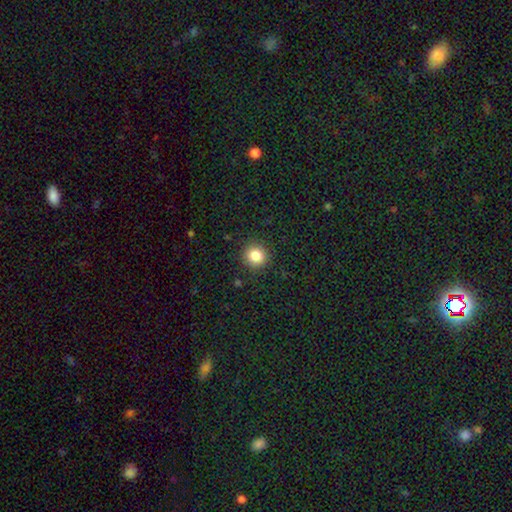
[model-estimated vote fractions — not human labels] Overall: smooth (84%). How rounded: round (92%). Merging: none (90%).